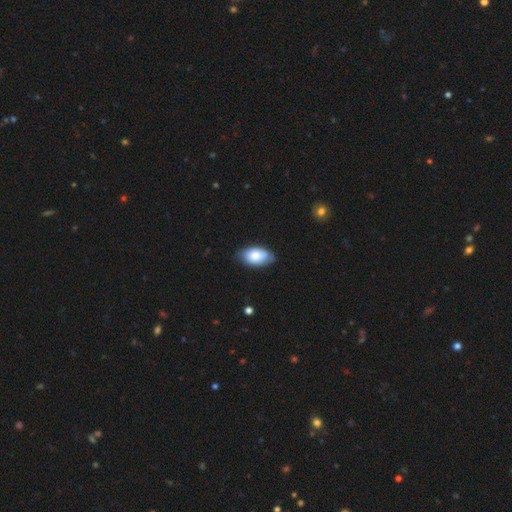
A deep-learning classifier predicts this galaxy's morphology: Smooth or featured: smooth — 77% (featured or disk — 17%)
How rounded: in between — 94% (round — 4%)
Merging: none — 72% (minor disturbance — 23%)